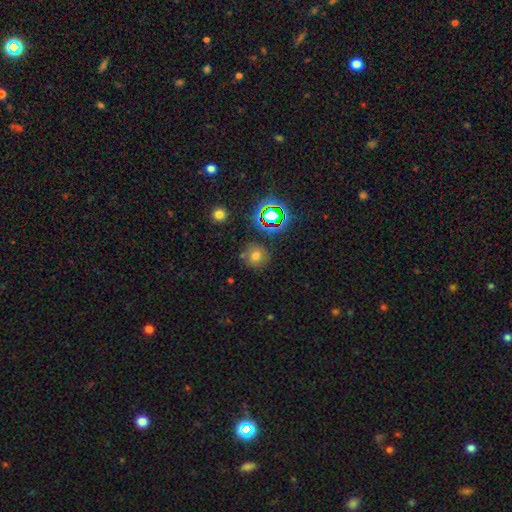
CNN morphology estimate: type=smooth (60%); roundness=round (87%); merging=none (79%).